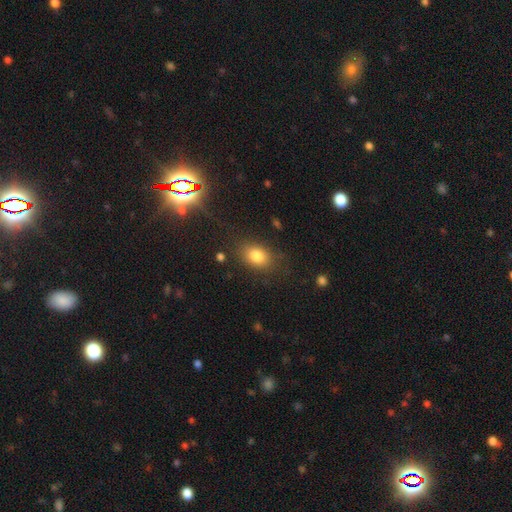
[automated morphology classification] smooth 81%, star or artifact 10%, featured or disk 8%. Down the decision tree: how rounded — in between (75%); merging — none (78%).